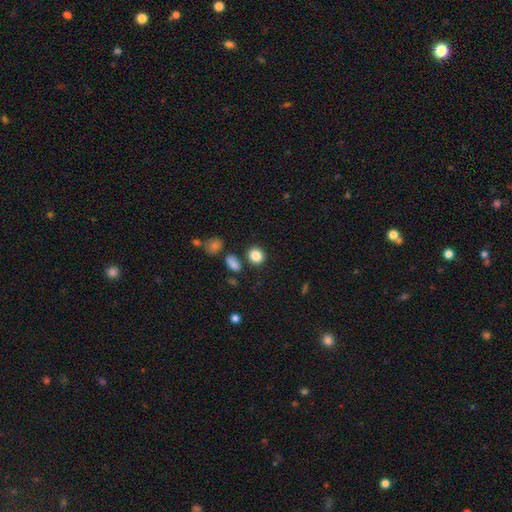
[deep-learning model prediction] Smooth or featured? Predicted: smooth (p=0.85). How rounded? Predicted: round (p=0.75). Merging? Predicted: none (p=0.83).